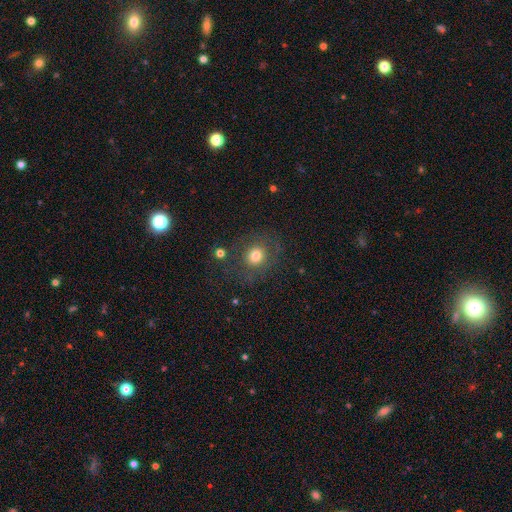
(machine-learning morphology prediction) A smooth galaxy with no disk features (74%) that is round (79%).

Vote fractions:
- Smooth or featured? smooth: 74% / star or artifact: 14% / featured or disk: 12%
- How rounded? round: 79% / in between: 20% / cigar-shaped: 1%
- Merging? none: 76% / minor disturbance: 13% / major disturbance: 8% / merger: 3%